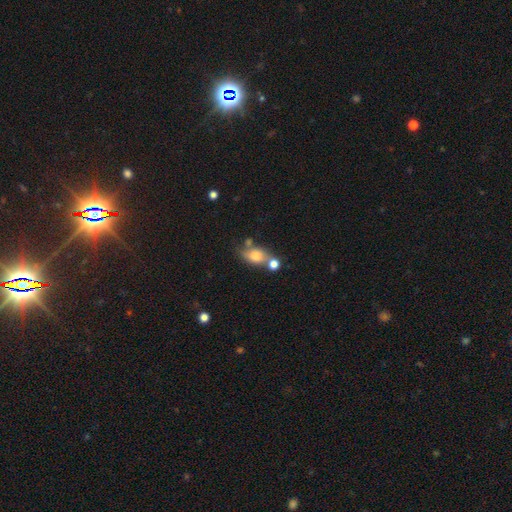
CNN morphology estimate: smooth-or-featured: smooth: 73% | featured or disk: 16% | star or artifact: 10%
  how-rounded: in between: 68% | round: 28% | cigar-shaped: 4%
  merging: none: 46% | merger: 30% | minor disturbance: 16% | major disturbance: 7%